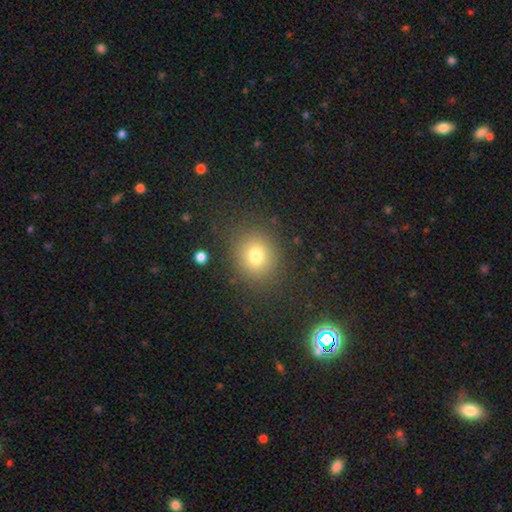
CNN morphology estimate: A smooth galaxy with no disk features (76%) that is round (75%).

Vote fractions:
- Smooth or featured? smooth: 76% / star or artifact: 14% / featured or disk: 10%
- How rounded? round: 75% / in between: 24% / cigar-shaped: 1%
- Merging? none: 84% / minor disturbance: 10% / major disturbance: 4% / merger: 2%